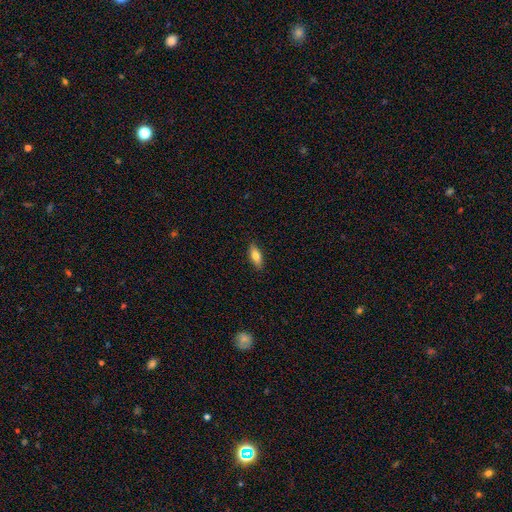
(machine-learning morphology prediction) smooth_or_featured: smooth (p=0.76) [alt: featured or disk p=0.18]
how_rounded: in between (p=0.72) [alt: cigar-shaped p=0.26]
merging: none (p=0.88) [alt: minor disturbance p=0.09]